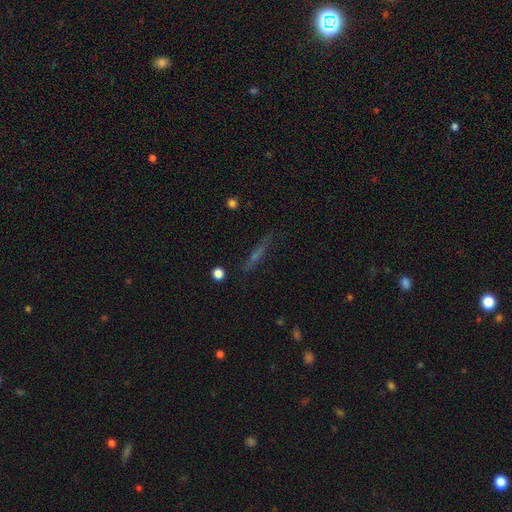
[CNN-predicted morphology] A featured or disk galaxy (49%).

Vote fractions:
- Smooth or featured? featured or disk: 49% / smooth: 35% / star or artifact: 16%
- Merging? none: 82% / minor disturbance: 12% / major disturbance: 4% / merger: 2%